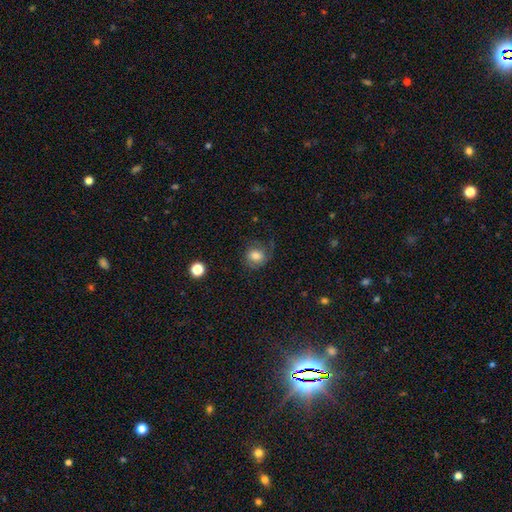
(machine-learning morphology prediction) Smooth or featured? Predicted: smooth (p=0.65). How rounded? Predicted: round (p=0.65). Merging? Predicted: none (p=0.53).